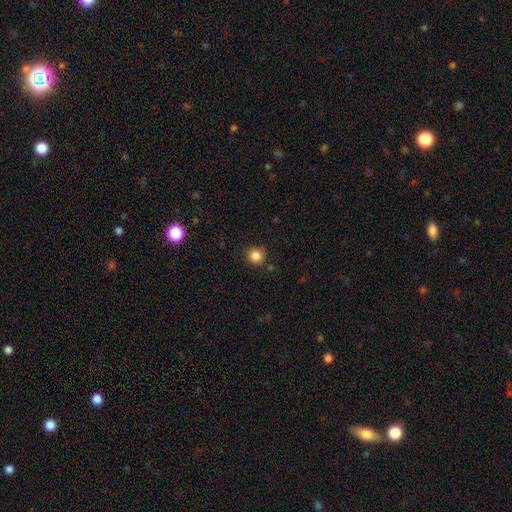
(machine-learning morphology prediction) Smooth or featured: smooth — 85% (star or artifact — 11%)
How rounded: round — 91% (in between — 8%)
Merging: none — 84% (minor disturbance — 11%)